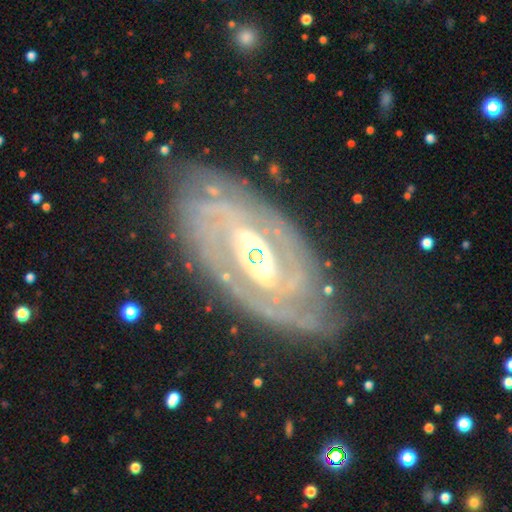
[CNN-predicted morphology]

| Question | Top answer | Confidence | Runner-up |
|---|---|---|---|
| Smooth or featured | featured or disk | 85% | smooth (9%) |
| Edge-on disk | no | 93% | yes (7%) |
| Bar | no | 45% | weak (33%) |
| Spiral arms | yes | 87% | no (13%) |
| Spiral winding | tight | 61% | medium (29%) |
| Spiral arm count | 2 | 49% | can't tell (28%) |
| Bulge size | moderate | 53% | small (22%) |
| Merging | none | 72% | minor disturbance (17%) |